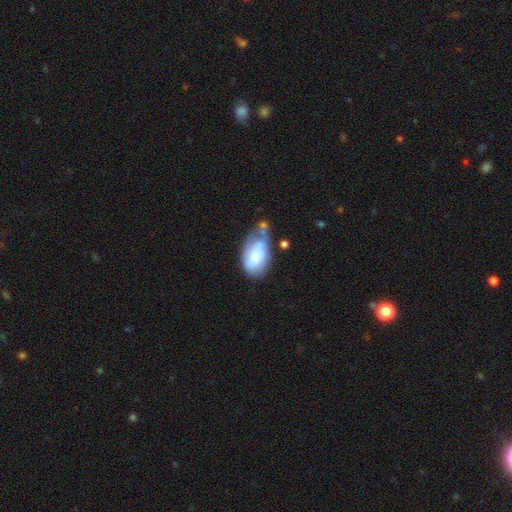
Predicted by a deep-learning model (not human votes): smooth_or_featured: smooth (p=0.59) [alt: featured or disk p=0.35]
how_rounded: in between (p=0.91) [alt: round p=0.07]
merging: minor disturbance (p=0.34) [alt: none p=0.27]